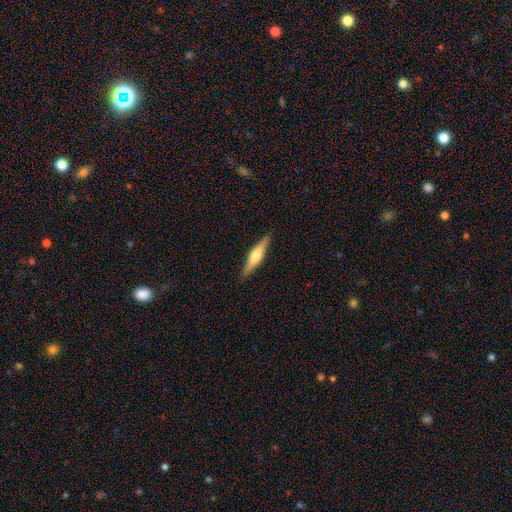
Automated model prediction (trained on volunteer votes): Smooth or featured? featured or disk (52%)
Edge-on disk? yes (94%)
Merging? none (89%)